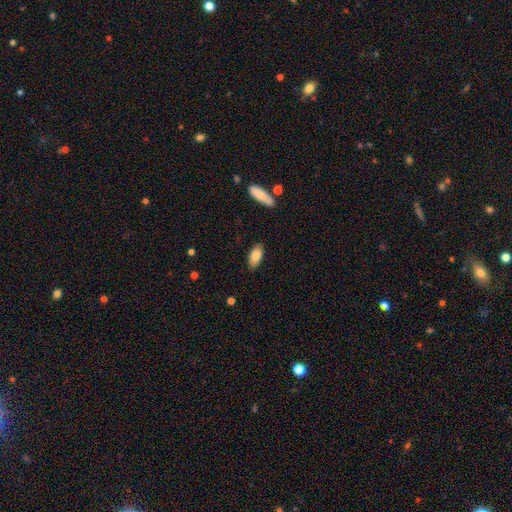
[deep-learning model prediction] Morphology: type=smooth (86%); roundness=in between (89%); merging=none (85%).